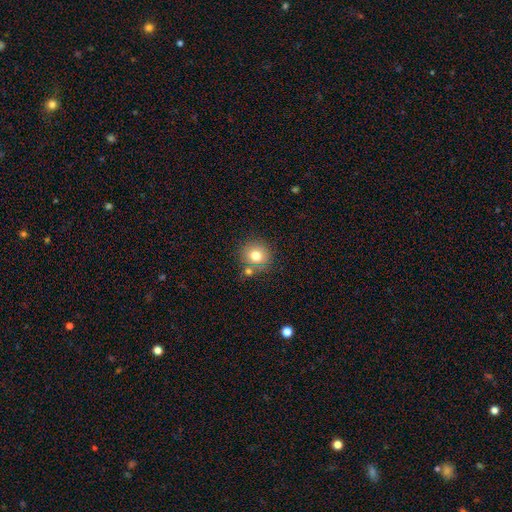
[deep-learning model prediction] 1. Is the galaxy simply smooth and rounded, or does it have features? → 77% smooth, 12% star or artifact, 11% featured or disk.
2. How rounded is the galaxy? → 87% round, 12% in between, 1% cigar-shaped.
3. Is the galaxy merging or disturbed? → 72% none, 15% merger, 10% minor disturbance, 3% major disturbance.